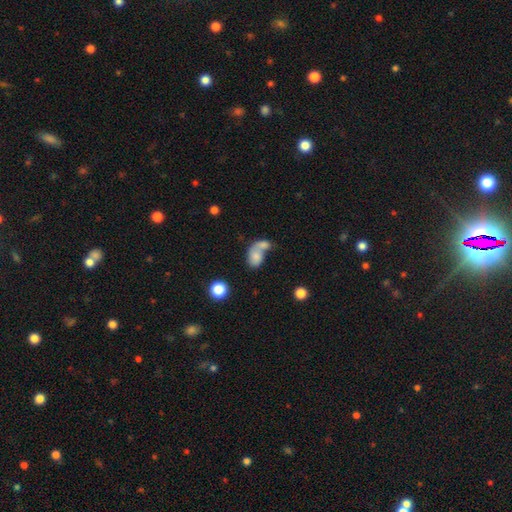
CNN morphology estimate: Overall: smooth (72%). How rounded: in between (76%). Merging: merger (66%).